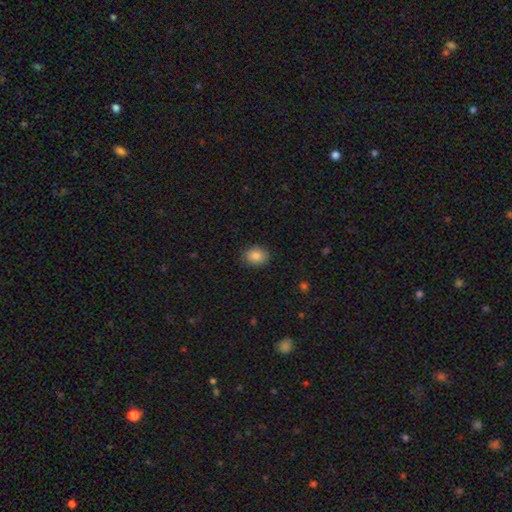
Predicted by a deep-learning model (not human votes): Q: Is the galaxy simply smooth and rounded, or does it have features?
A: smooth — 85%.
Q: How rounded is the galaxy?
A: round — 52%.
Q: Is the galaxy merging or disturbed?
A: none — 88%.